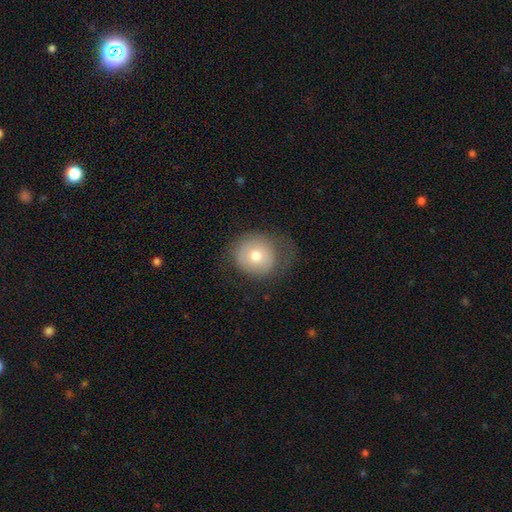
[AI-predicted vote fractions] Smooth or featured? smooth (67%)
How rounded? round (82%)
Merging? none (57%)